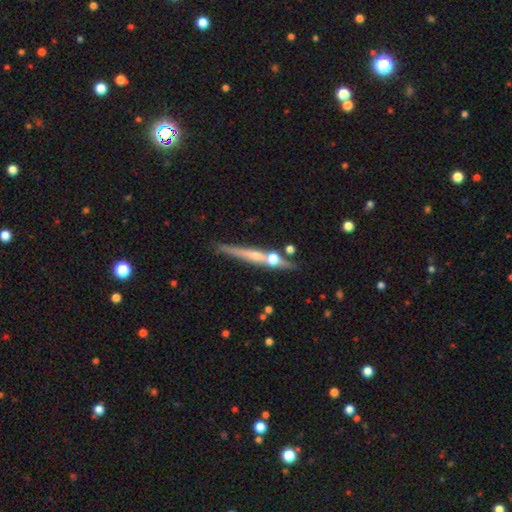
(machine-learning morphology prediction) featured or disk 65%, smooth 27%, star or artifact 8%. Down the decision tree: edge-on disk — yes (95%); edge-on bulge — rounded (65%); merging — none (74%).